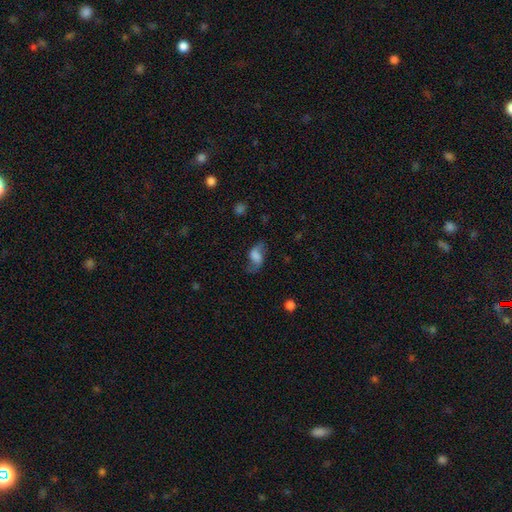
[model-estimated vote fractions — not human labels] Smooth or featured? smooth (46%)
Merging? none (63%)